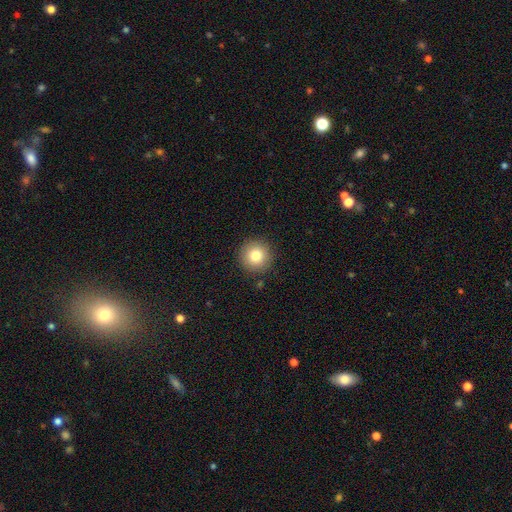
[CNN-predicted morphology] smooth 81%, star or artifact 10%, featured or disk 9%. Down the decision tree: how rounded — round (95%); merging — none (90%).